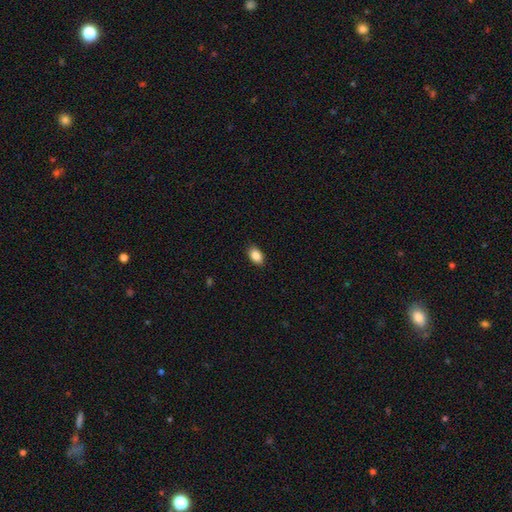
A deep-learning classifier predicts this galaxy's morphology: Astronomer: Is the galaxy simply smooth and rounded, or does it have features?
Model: smooth — 87%.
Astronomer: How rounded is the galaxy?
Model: in between — 89%.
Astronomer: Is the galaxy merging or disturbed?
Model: none — 88%.